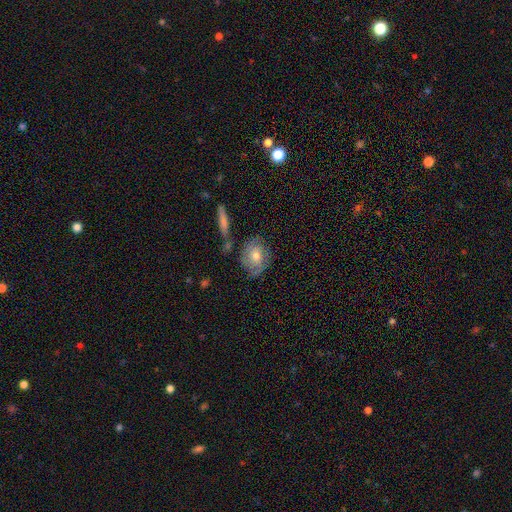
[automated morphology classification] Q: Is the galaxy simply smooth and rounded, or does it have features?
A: featured or disk — 50%.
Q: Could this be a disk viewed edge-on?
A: no — 91%.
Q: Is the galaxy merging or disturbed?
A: none — 65%.